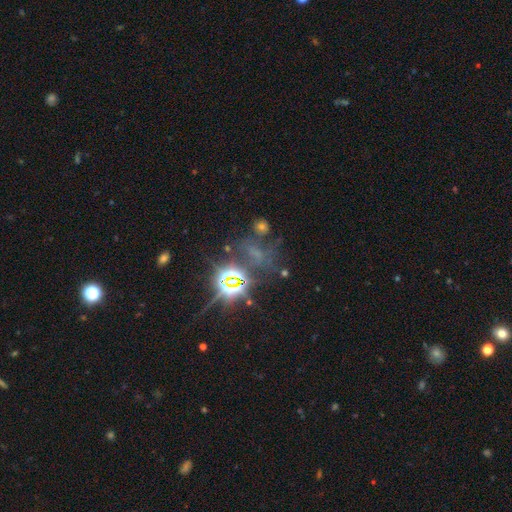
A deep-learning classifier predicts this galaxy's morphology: A star or artifact, not a galaxy (66%).

Vote fractions:
- Smooth or featured? star or artifact: 66% / smooth: 18% / featured or disk: 16%